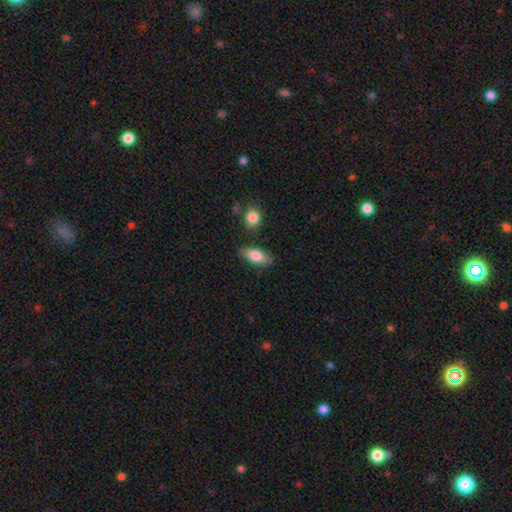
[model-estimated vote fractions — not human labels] A smooth galaxy with no disk features (80%) that is in between round and cigar-shaped (82%). Merging: none (79%).